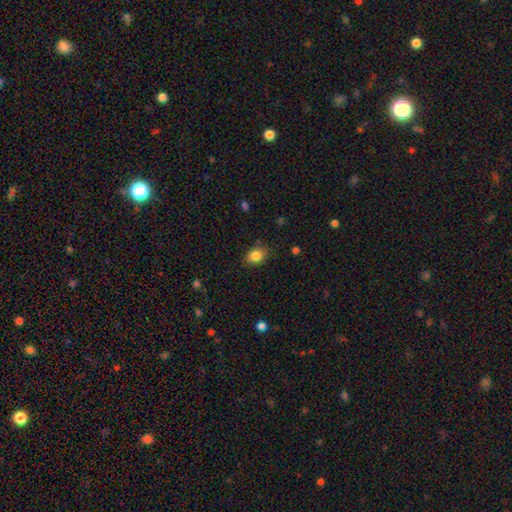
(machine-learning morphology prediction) smooth-or-featured: smooth: 85% | star or artifact: 9% | featured or disk: 6%
  how-rounded: in between: 57% | round: 42% | cigar-shaped: 1%
  merging: none: 80% | minor disturbance: 15% | major disturbance: 3% | merger: 1%